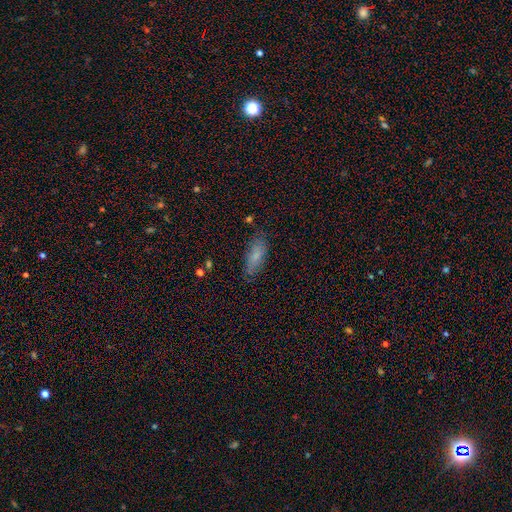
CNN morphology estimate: A smooth galaxy with no disk features (74%) that is in between round and cigar-shaped (72%).

Vote fractions:
- Smooth or featured? smooth: 74% / featured or disk: 18% / star or artifact: 9%
- How rounded? in between: 72% / cigar-shaped: 26% / round: 2%
- Merging? none: 75% / minor disturbance: 18% / major disturbance: 4% / merger: 2%